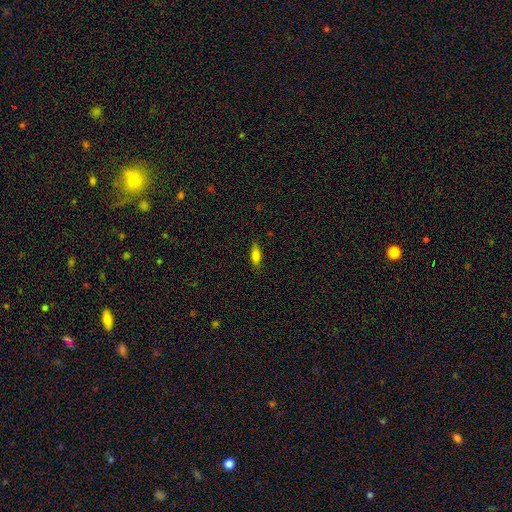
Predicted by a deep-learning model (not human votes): Smooth or featured: smooth — 75% (featured or disk — 17%)
How rounded: in between — 67% (cigar-shaped — 30%)
Merging: none — 83% (minor disturbance — 14%)